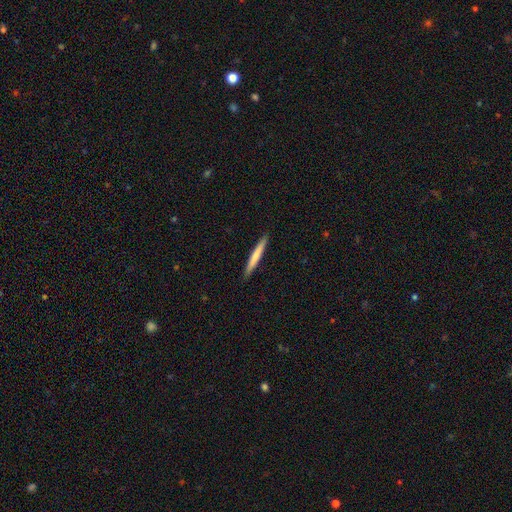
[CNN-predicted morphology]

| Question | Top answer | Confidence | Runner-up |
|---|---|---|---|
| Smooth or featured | smooth | 68% | featured or disk (27%) |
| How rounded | cigar-shaped | 97% | in between (2%) |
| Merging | none | 92% | minor disturbance (6%) |